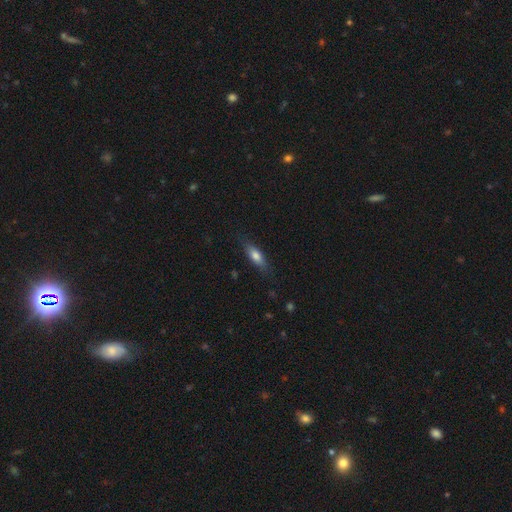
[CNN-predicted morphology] This appears to be a smooth galaxy with no disk features (73%) that is in between round and cigar-shaped (54%). Merging: none (80%).